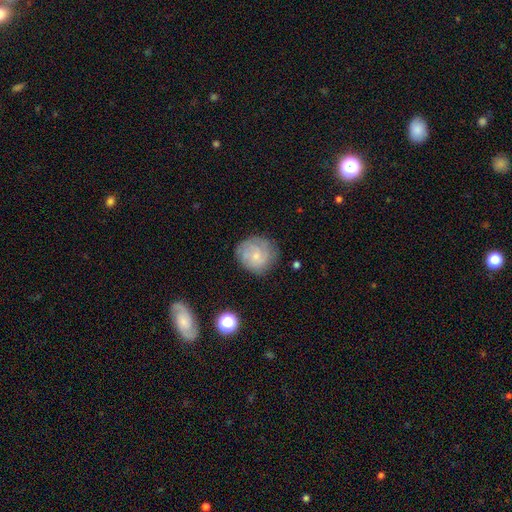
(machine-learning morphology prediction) Q: Smooth or featured?
A: featured or disk (47%); runner-up: smooth (45%)
Q: Merging?
A: none (75%); runner-up: minor disturbance (17%)